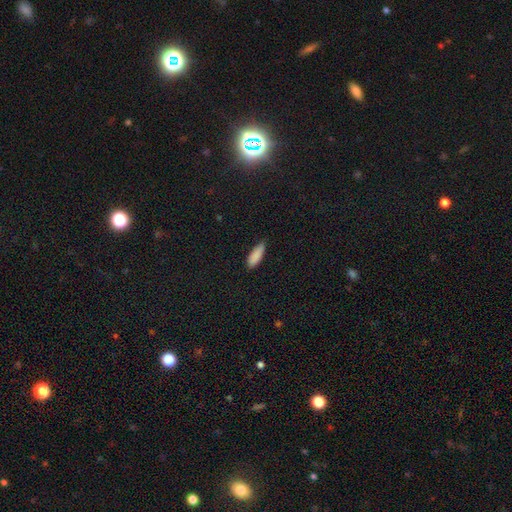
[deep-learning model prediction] Overall: smooth (88%). How rounded: in between (60%; cigar-shaped 38%). Merging: none (79%).